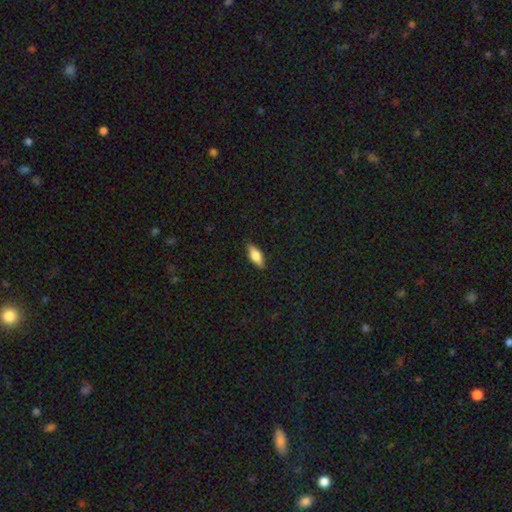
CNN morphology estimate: smooth_or_featured: smooth (p=0.76) [alt: featured or disk p=0.17]
how_rounded: in between (p=0.78) [alt: cigar-shaped p=0.20]
merging: none (p=0.86) [alt: minor disturbance p=0.11]